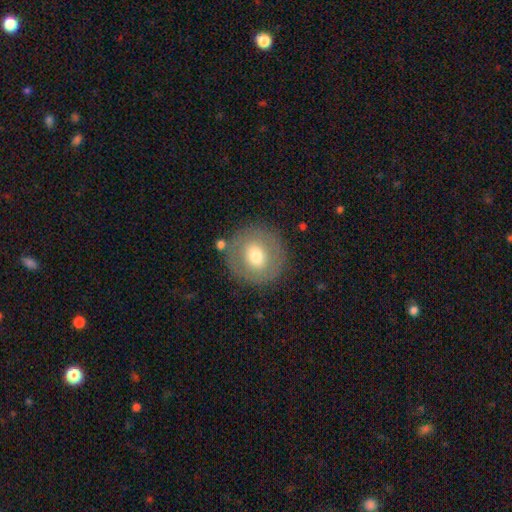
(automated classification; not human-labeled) Morphology: type=smooth (62%); roundness=round (92%); merging=none (83%).